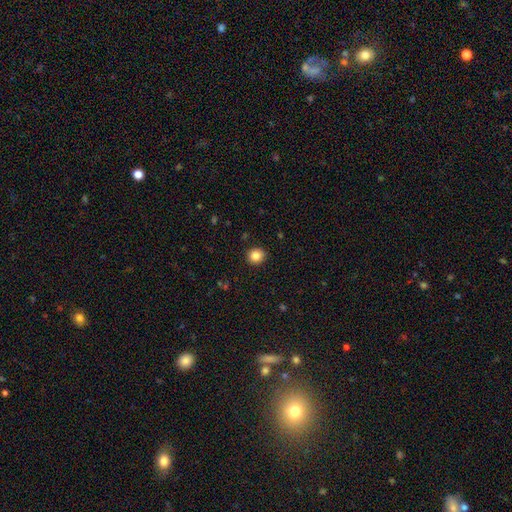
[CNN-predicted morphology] Smooth or featured: smooth — 84% (star or artifact — 11%)
How rounded: round — 85% (in between — 14%)
Merging: none — 91% (minor disturbance — 6%)